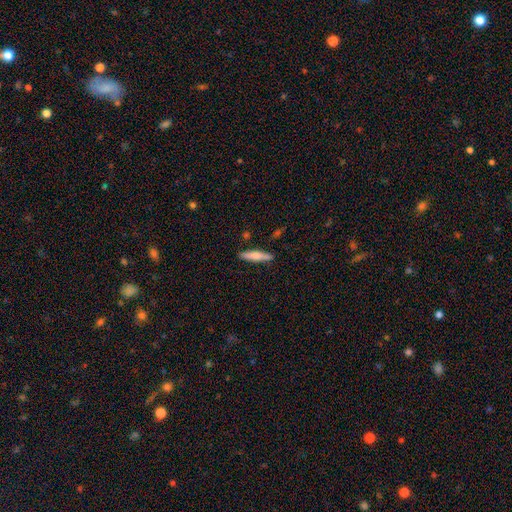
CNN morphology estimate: Smooth or featured?
  - smooth: 63% *
  - featured or disk: 31%
  - star or artifact: 6%
How rounded?
  - cigar-shaped: 84% *
  - in between: 14%
  - round: 2%
Merging?
  - none: 86% *
  - minor disturbance: 9%
  - merger: 2%
  - major disturbance: 2%